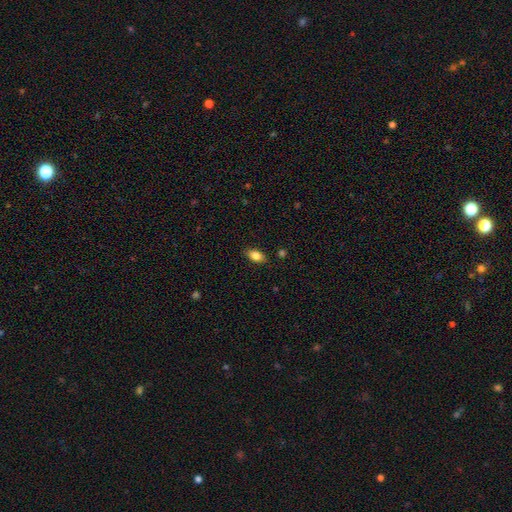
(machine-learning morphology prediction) type=smooth (81%); roundness=in between (87%); merging=none (85%).